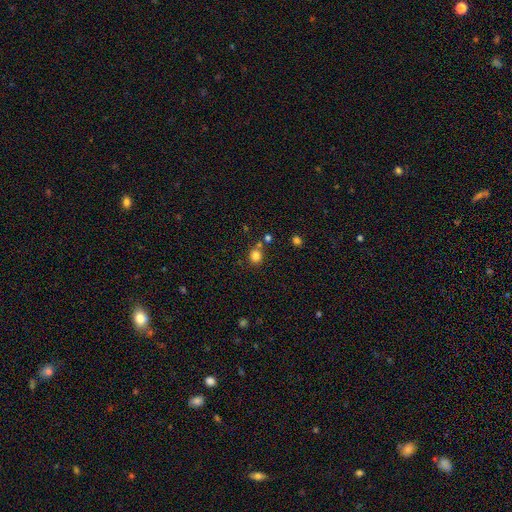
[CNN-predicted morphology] This is clearly a smooth galaxy (81%). How rounded: clearly round (84%). Merging: likely none (74%).